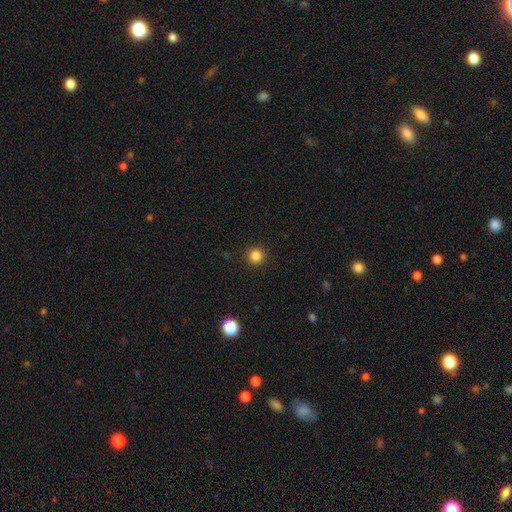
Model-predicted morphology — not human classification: Overall: smooth (85%). How rounded: round (94%). Merging: none (91%).